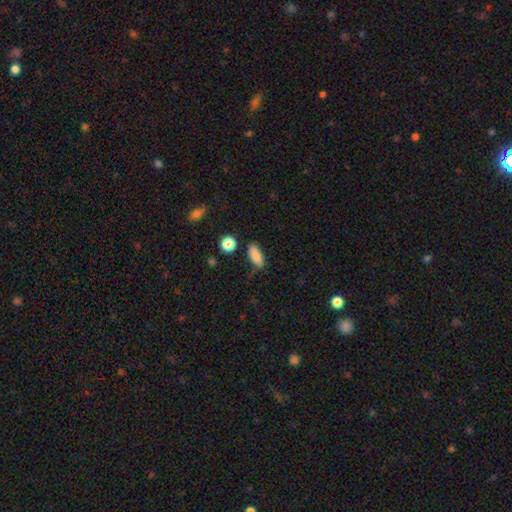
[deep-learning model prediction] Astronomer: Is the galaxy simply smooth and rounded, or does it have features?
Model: smooth — 85%.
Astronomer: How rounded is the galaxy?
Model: in between — 79%.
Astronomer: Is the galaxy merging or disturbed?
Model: none — 74%.